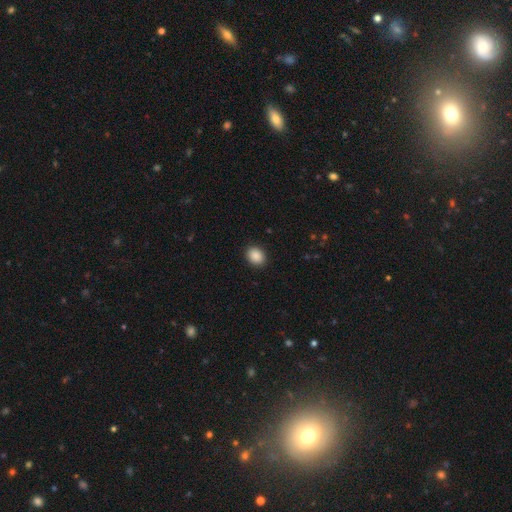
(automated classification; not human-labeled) smooth_or_featured: smooth (p=0.89) [alt: star or artifact p=0.08]
how_rounded: in between (p=0.56) [alt: round p=0.43]
merging: none (p=0.90) [alt: minor disturbance p=0.07]